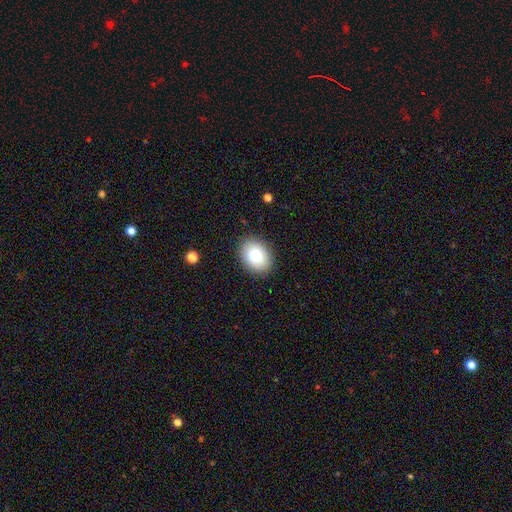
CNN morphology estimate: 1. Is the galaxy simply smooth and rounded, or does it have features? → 87% smooth, 7% star or artifact, 6% featured or disk.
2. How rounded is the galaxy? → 76% in between, 23% round, 1% cigar-shaped.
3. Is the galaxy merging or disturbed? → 87% none, 9% minor disturbance, 3% major disturbance, 1% merger.